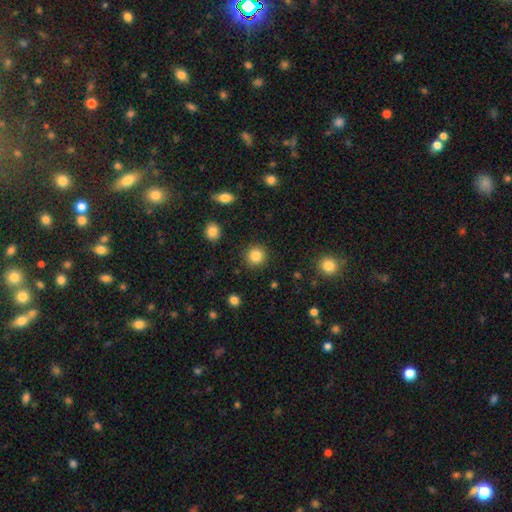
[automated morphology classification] The model was most divided on "smooth or featured": smooth: 85%, star or artifact: 10%, featured or disk: 5%. More confident: how rounded — round (93%); merging — none (91%).